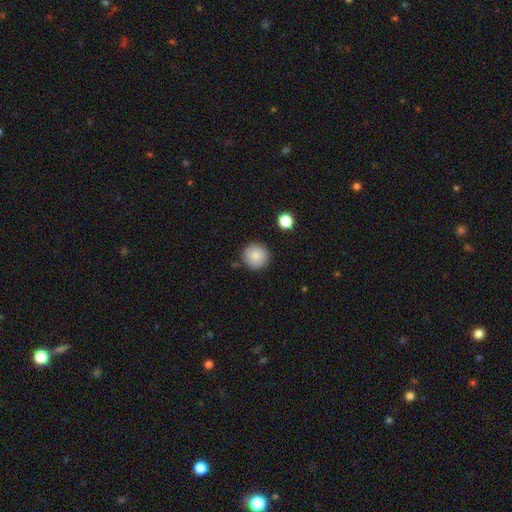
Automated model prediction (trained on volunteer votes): A smooth galaxy with no disk features (84%) that is round (94%). Merging: none (87%).